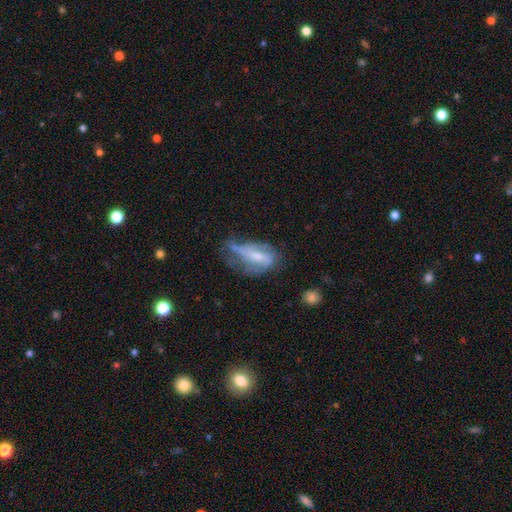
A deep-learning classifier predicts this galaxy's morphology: A featured or disk galaxy (61%) with a weak bar (40%), spiral arms (64%) and a small central bulge (44%).

Vote fractions:
- Smooth or featured? featured or disk: 61% / smooth: 31% / star or artifact: 9%
- Edge-on disk? no: 92% / yes: 8%
- Bar? weak: 40% / no: 39% / strong: 21%
- Spiral arms? yes: 64% / no: 36%
- Bulge size? small: 44% / moderate: 38% / none: 13% / large: 4% / dominant: 1%
- Merging? major disturbance: 34% / minor disturbance: 31% / none: 30% / merger: 5%